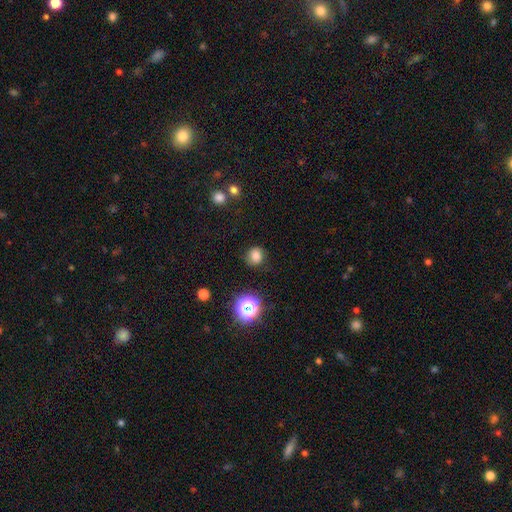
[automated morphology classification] smooth-or-featured: smooth: 79% | star or artifact: 16% | featured or disk: 6%
  how-rounded: round: 84% | in between: 15% | cigar-shaped: 1%
  merging: none: 83% | minor disturbance: 11% | major disturbance: 4% | merger: 2%